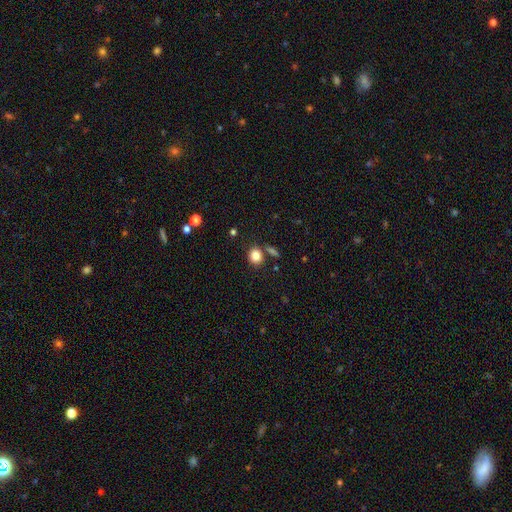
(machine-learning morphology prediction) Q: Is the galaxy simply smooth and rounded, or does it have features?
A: smooth — 83%.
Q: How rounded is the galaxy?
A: round — 71%.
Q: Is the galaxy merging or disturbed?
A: none — 77%.